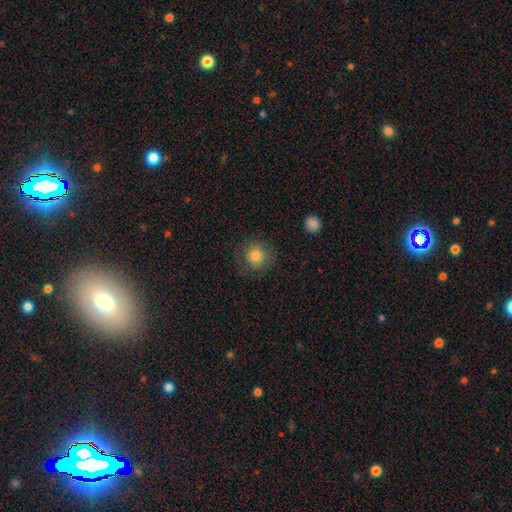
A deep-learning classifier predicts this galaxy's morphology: Overall: smooth (80%). How rounded: round (91%). Merging: none (78%).